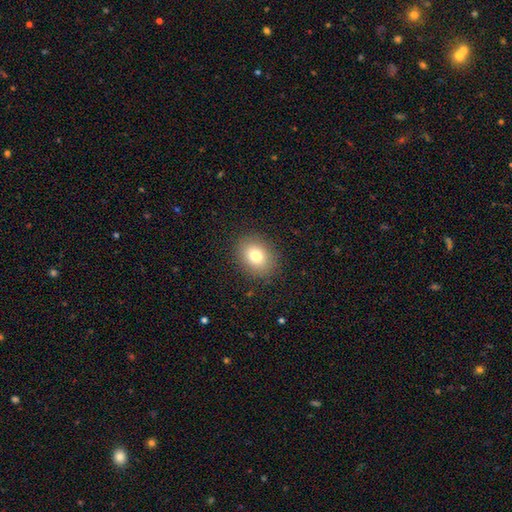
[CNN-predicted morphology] Smooth or featured: smooth — 78% (star or artifact — 11%)
How rounded: round — 53% (in between — 47%)
Merging: none — 88% (minor disturbance — 8%)